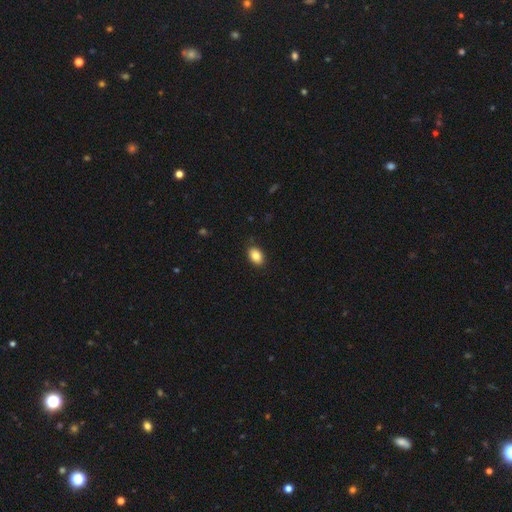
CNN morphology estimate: smooth-or-featured: smooth: 86% | star or artifact: 8% | featured or disk: 6%
  how-rounded: in between: 85% | round: 14% | cigar-shaped: 1%
  merging: none: 88% | minor disturbance: 9% | major disturbance: 2% | merger: 1%